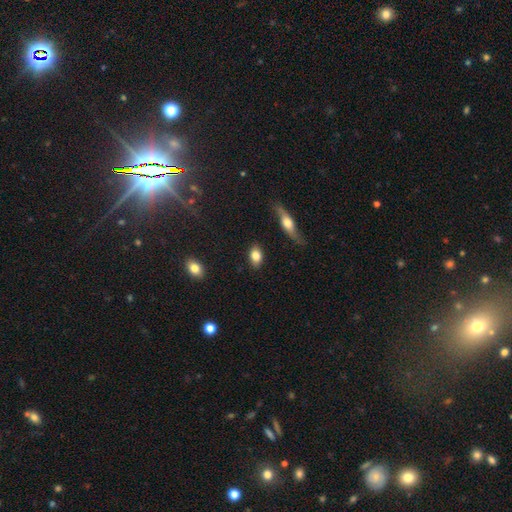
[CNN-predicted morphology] A smooth galaxy with no disk features (82%) that is in between round and cigar-shaped (82%). Merging: none (86%).